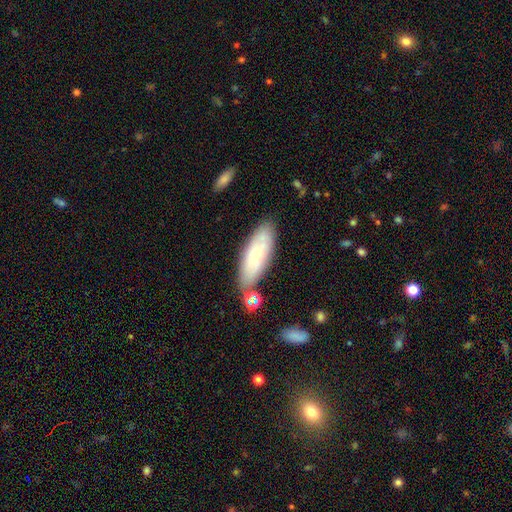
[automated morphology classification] Smooth or featured: smooth — 67% (featured or disk — 26%)
How rounded: in between — 61% (cigar-shaped — 37%)
Merging: none — 78% (minor disturbance — 14%)